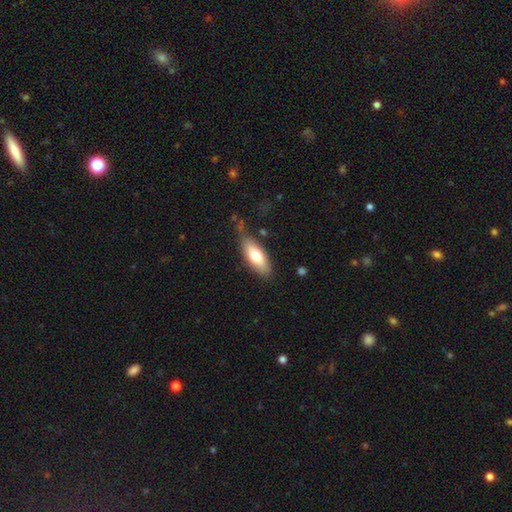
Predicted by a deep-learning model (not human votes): smooth-or-featured: smooth: 71% | featured or disk: 23% | star or artifact: 6%
  how-rounded: in between: 74% | cigar-shaped: 23% | round: 2%
  merging: none: 75% | minor disturbance: 18% | major disturbance: 4% | merger: 3%